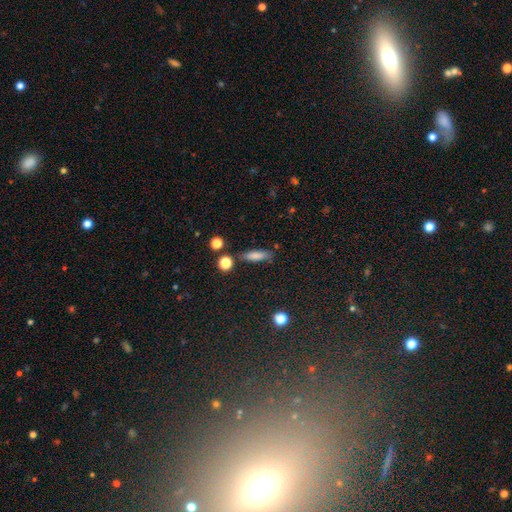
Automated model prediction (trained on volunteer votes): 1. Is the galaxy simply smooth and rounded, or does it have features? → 79% smooth, 11% featured or disk, 10% star or artifact.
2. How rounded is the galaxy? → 58% cigar-shaped, 37% in between, 4% round.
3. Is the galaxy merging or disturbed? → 78% none, 13% minor disturbance, 5% merger, 4% major disturbance.